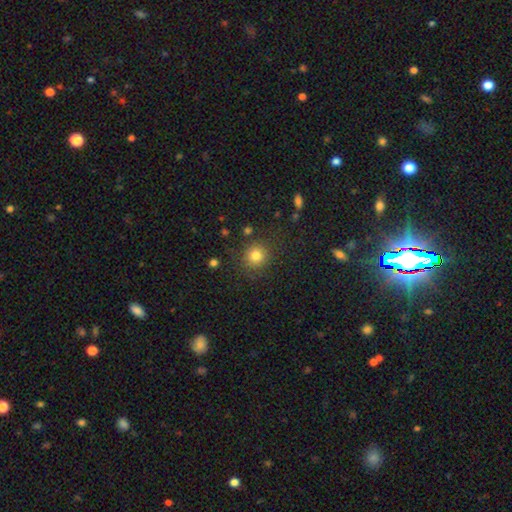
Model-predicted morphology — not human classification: smooth_or_featured: smooth (p=0.81) [alt: star or artifact p=0.13]
how_rounded: round (p=0.91) [alt: in between p=0.08]
merging: none (p=0.85) [alt: minor disturbance p=0.09]